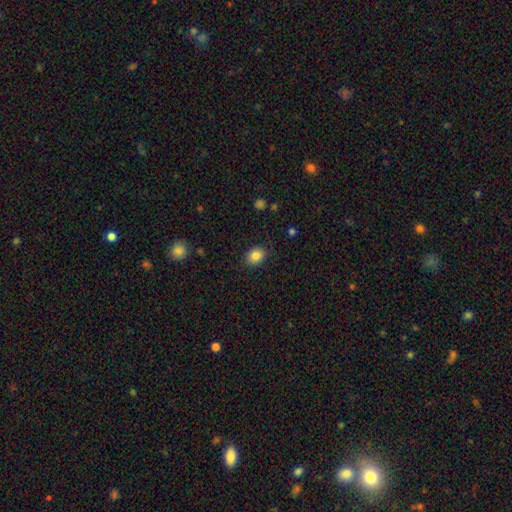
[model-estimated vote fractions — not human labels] Smooth or featured? Predicted: smooth (p=0.84). How rounded? Predicted: in between (p=0.57). Merging? Predicted: none (p=0.86).